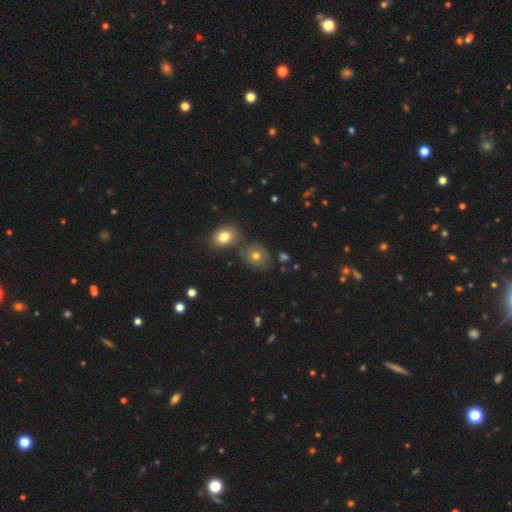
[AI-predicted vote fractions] Smooth or featured? smooth (57%)
How rounded? round (54%)
Merging? none (66%)